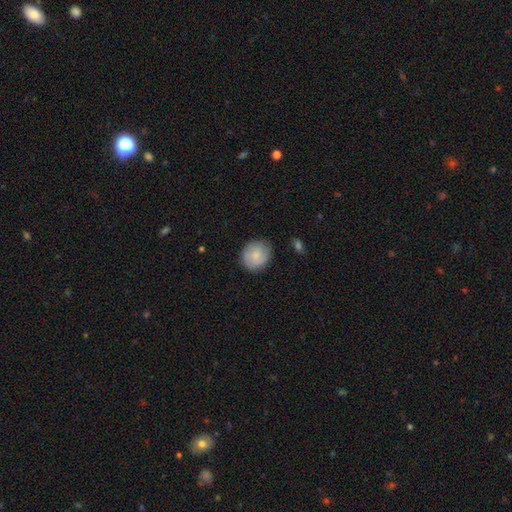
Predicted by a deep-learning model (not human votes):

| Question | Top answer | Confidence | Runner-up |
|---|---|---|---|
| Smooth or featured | smooth | 81% | featured or disk (12%) |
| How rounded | round | 82% | in between (17%) |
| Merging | none | 81% | minor disturbance (15%) |